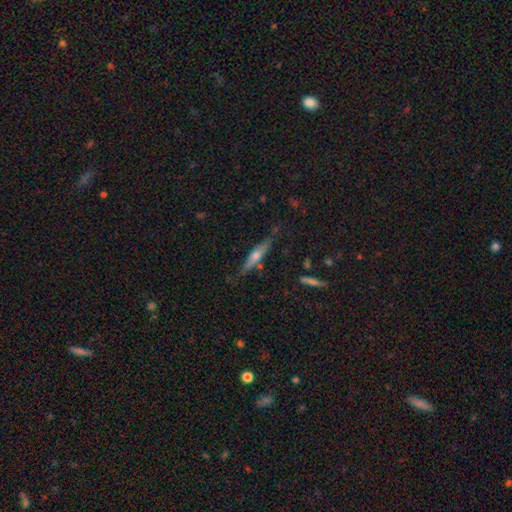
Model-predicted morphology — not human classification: This is possibly a featured or disk galaxy (47%, tied with smooth). Merging: likely none (75%).